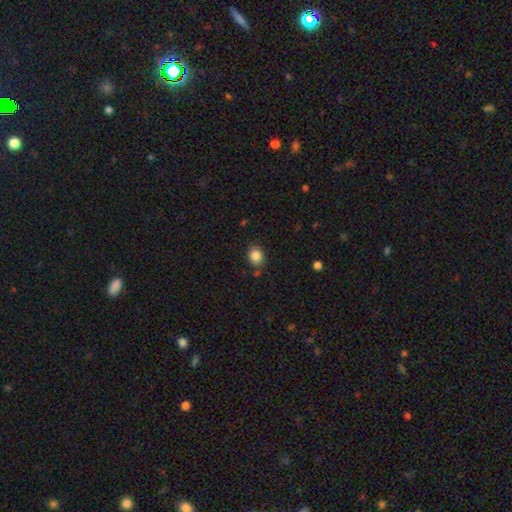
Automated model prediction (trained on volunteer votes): Smooth or featured: smooth — 85% (star or artifact — 10%)
How rounded: round — 63% (in between — 36%)
Merging: none — 82% (minor disturbance — 11%)